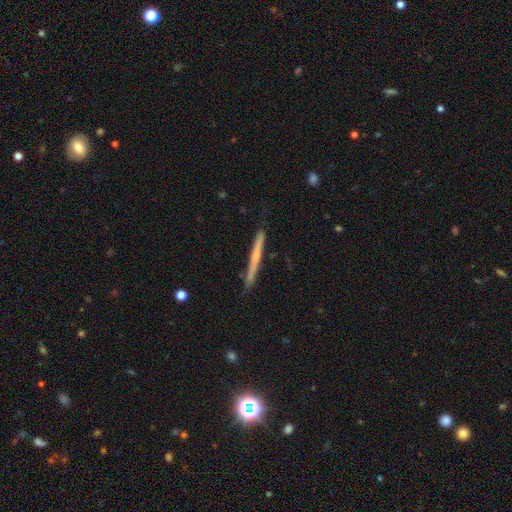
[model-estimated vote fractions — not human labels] featured or disk 53%, smooth 41%, star or artifact 6%. Down the decision tree: edge-on disk — yes (97%); edge-on bulge — none (65%); merging — none (85%).